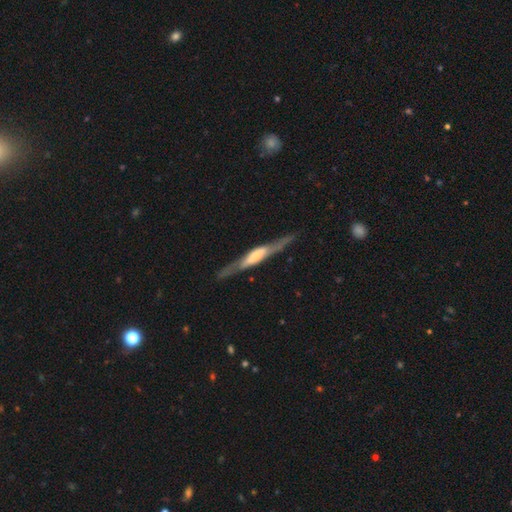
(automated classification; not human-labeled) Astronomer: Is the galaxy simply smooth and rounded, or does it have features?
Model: featured or disk — 69%.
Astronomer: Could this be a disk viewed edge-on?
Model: yes — 87%.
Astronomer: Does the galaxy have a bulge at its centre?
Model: boxy — 52% (runner-up: rounded, 33%).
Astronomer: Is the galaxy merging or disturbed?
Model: none — 74%.